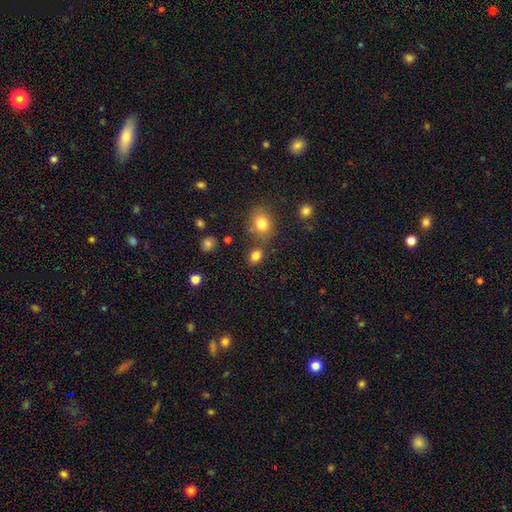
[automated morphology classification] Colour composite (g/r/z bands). It shows a smooth galaxy with no disk features (81%) that is in between round and cigar-shaped (57%). Merging: none (74%).